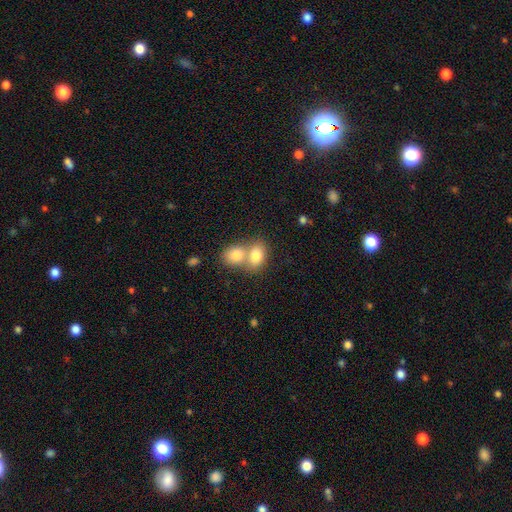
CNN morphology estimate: Overall: smooth (79%). How rounded: in between (71%). Merging: merger (64%; none 27%).